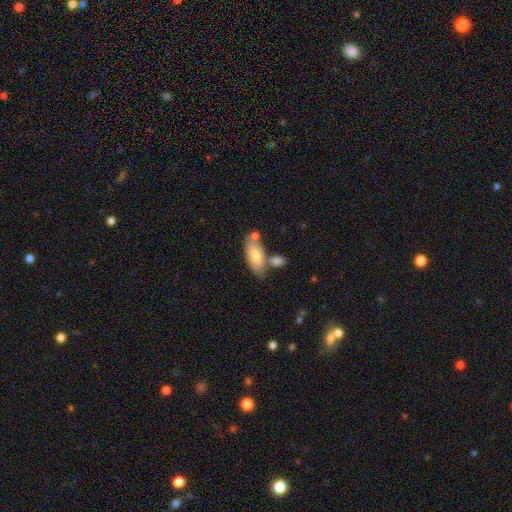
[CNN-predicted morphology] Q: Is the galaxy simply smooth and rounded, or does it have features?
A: smooth — 74%.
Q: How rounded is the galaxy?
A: in between — 82%.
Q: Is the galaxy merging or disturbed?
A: none — 59%.